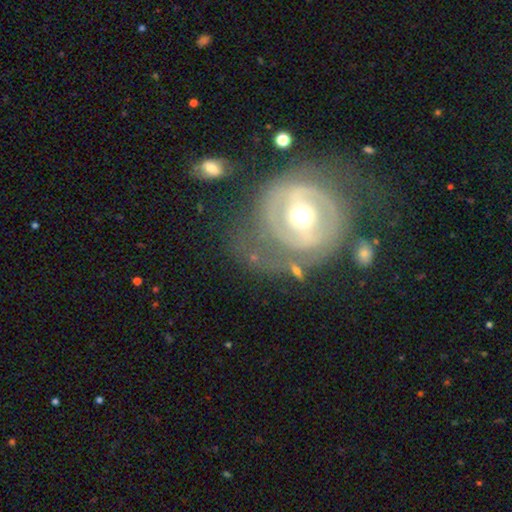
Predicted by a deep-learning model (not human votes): Smooth or featured: featured or disk — 81% (smooth — 13%)
Edge-on disk: no — 96% (yes — 4%)
Bar: weak — 39% (strong — 31%)
Spiral arms: yes — 76% (no — 24%)
Spiral winding: tight — 60% (medium — 29%)
Spiral arm count: 2 — 57% (can't tell — 24%)
Bulge size: moderate — 73% (small — 18%)
Merging: none — 59% (minor disturbance — 19%)